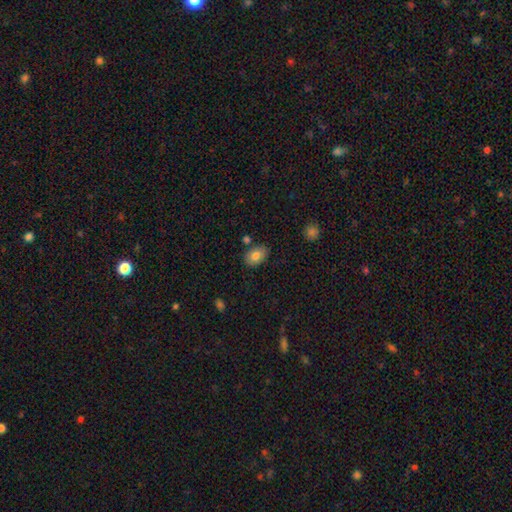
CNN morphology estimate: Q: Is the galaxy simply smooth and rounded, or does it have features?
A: smooth — 80%.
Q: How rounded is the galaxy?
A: in between — 84%.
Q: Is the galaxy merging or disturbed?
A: none — 80%.